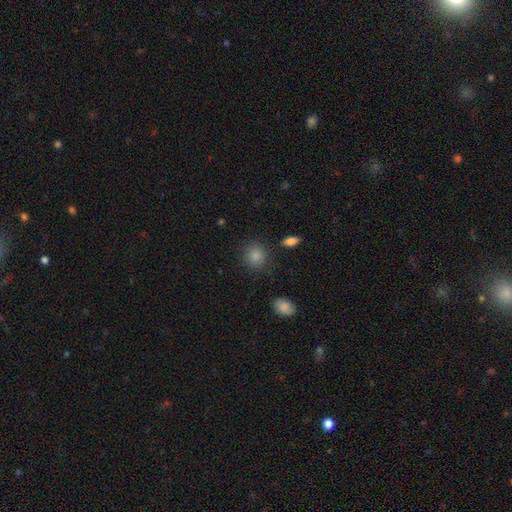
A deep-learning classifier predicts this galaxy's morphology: Smooth or featured: smooth — 85% (star or artifact — 10%)
How rounded: round — 84% (in between — 15%)
Merging: none — 85% (minor disturbance — 9%)